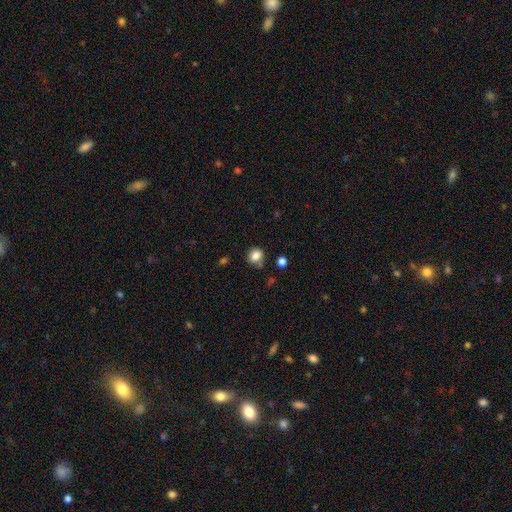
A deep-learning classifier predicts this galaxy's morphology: Smooth or featured: smooth — 84% (star or artifact — 10%)
How rounded: round — 70% (in between — 29%)
Merging: none — 71% (minor disturbance — 17%)